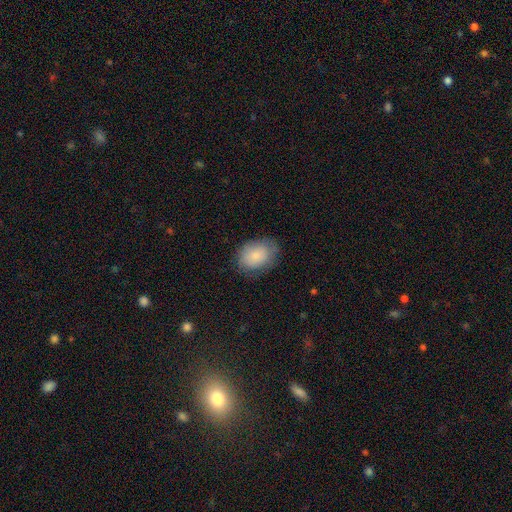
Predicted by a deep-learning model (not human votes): Smooth or featured?
  - smooth: 83% *
  - featured or disk: 10%
  - star or artifact: 7%
How rounded?
  - in between: 71% *
  - round: 28%
  - cigar-shaped: 1%
Merging?
  - none: 72% *
  - minor disturbance: 21%
  - major disturbance: 6%
  - merger: 1%